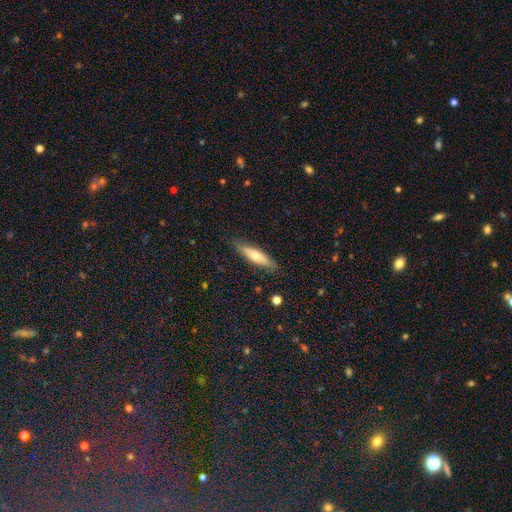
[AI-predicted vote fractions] Smooth or featured? smooth (57%)
How rounded? cigar-shaped (72%)
Merging? none (85%)